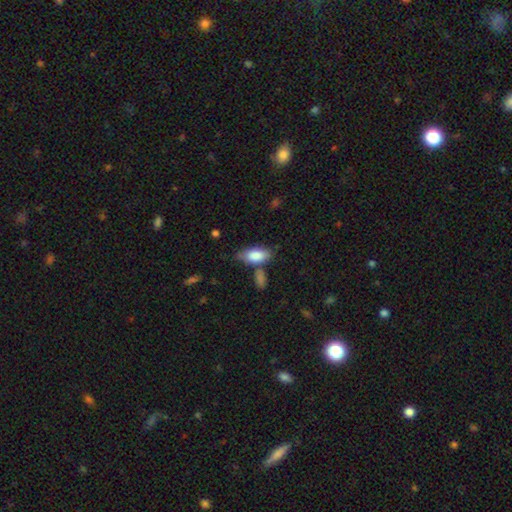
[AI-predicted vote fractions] Smooth or featured?
  - smooth: 83% *
  - featured or disk: 11%
  - star or artifact: 6%
How rounded?
  - in between: 88% *
  - cigar-shaped: 9%
  - round: 3%
Merging?
  - none: 59% *
  - minor disturbance: 20%
  - merger: 16%
  - major disturbance: 6%